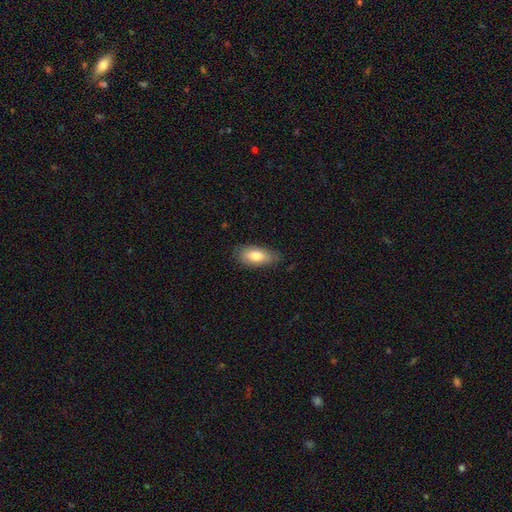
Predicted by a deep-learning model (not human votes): smooth_or_featured: smooth (p=0.78) [alt: featured or disk p=0.16]
how_rounded: in between (p=0.86) [alt: cigar-shaped p=0.11]
merging: none (p=0.77) [alt: minor disturbance p=0.19]